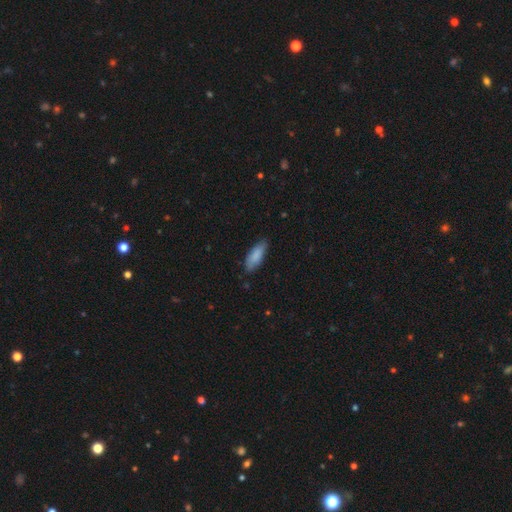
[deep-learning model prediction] The model was most divided on "how rounded": in between: 68%, cigar-shaped: 31%, round: 2%. More confident: smooth or featured — smooth (86%); merging — none (76%).